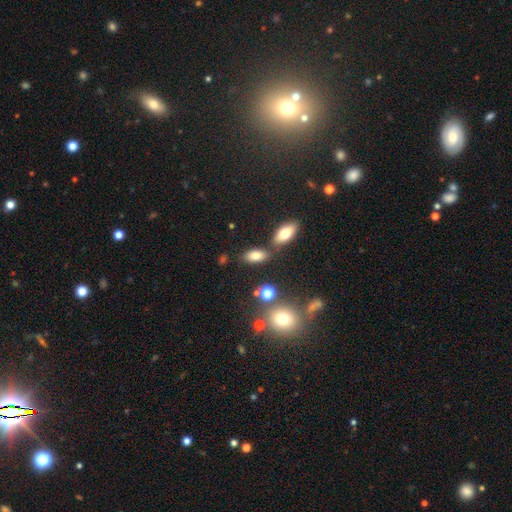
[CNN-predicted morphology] Smooth or featured?
  - smooth: 77% *
  - star or artifact: 11%
  - featured or disk: 11%
How rounded?
  - in between: 87% *
  - cigar-shaped: 6%
  - round: 6%
Merging?
  - none: 73% *
  - minor disturbance: 12%
  - merger: 11%
  - major disturbance: 4%